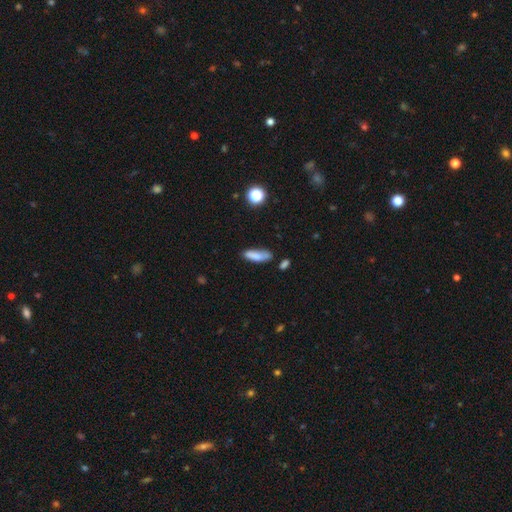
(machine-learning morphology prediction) The model was most divided on "how rounded": cigar-shaped: 51%, in between: 47%, round: 2%. More confident: smooth or featured — smooth (77%); merging — none (62%).